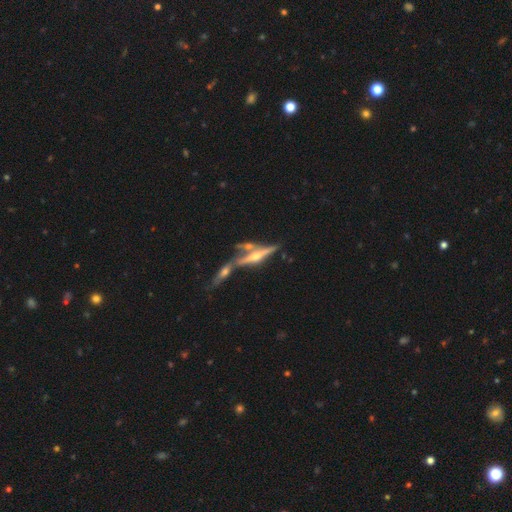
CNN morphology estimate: This appears to be a featured or disk galaxy (80%) viewed edge-on (95%) with a rounded central bulge (88%). Merging: none (49%).